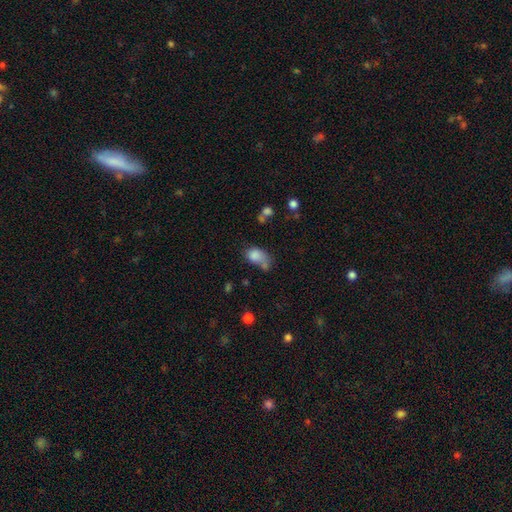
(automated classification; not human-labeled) Smooth or featured? Predicted: smooth (p=0.79). How rounded? Predicted: in between (p=0.74). Merging? Predicted: none (p=0.29).